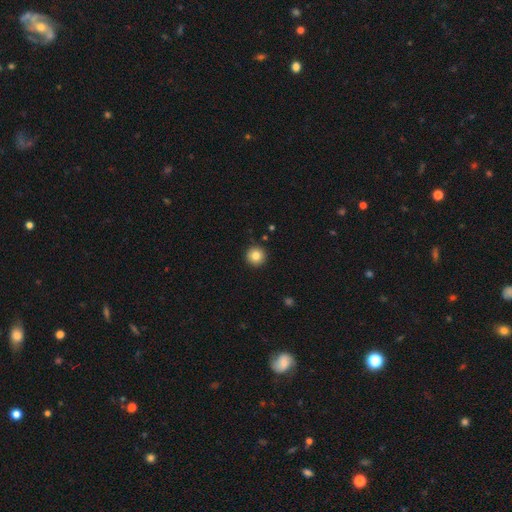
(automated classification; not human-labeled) This appears to be a smooth galaxy with no disk features (83%) that is round (96%). Merging: none (92%).